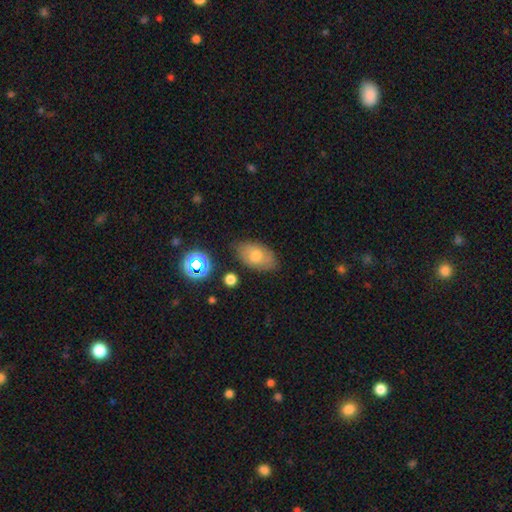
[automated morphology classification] smooth 70%, featured or disk 20%, star or artifact 10%. Down the decision tree: how rounded — in between (89%); merging — none (76%).